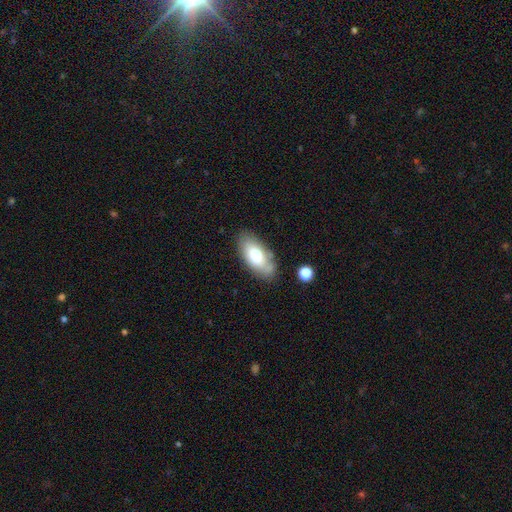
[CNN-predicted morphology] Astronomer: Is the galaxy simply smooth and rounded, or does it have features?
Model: smooth — 70%.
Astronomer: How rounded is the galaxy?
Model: in between — 89%.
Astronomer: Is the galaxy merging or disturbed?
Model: none — 77%.